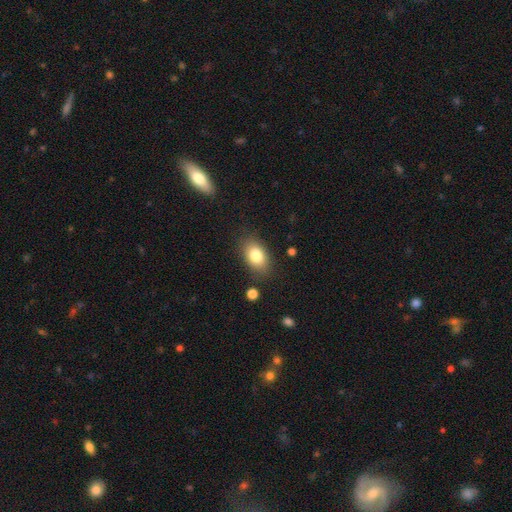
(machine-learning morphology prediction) Smooth or featured? smooth (81%)
How rounded? in between (85%)
Merging? none (83%)